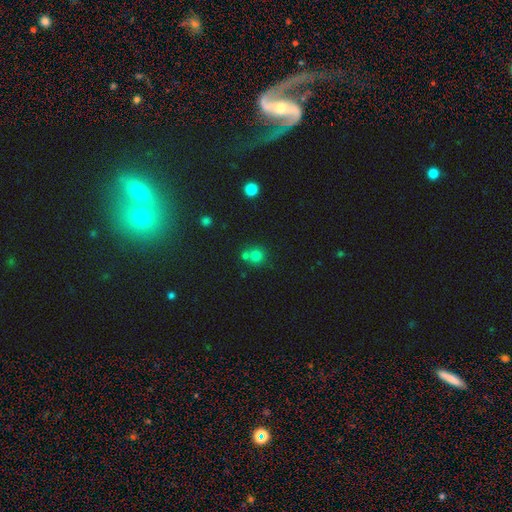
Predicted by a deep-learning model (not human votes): smooth_or_featured: smooth (p=0.74) [alt: star or artifact p=0.17]
how_rounded: round (p=0.89) [alt: in between p=0.10]
merging: none (p=0.56) [alt: merger p=0.34]